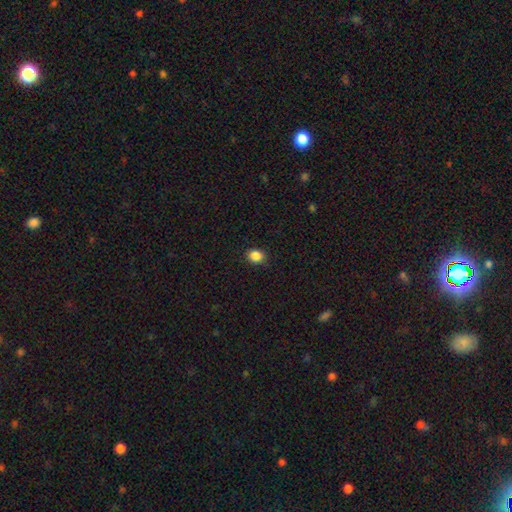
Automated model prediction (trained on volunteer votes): This appears to be a smooth galaxy with no disk features (86%) that is round (69%). Merging: none (89%).